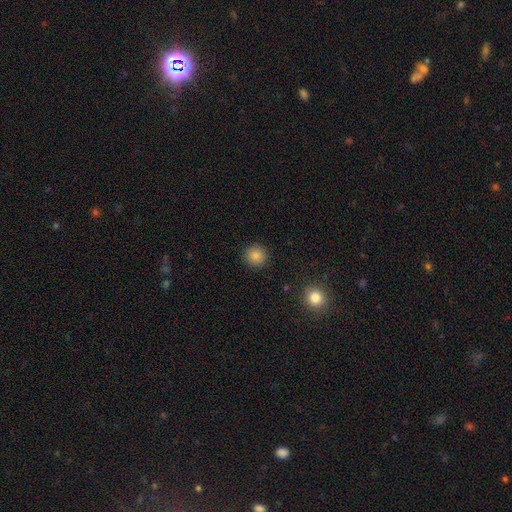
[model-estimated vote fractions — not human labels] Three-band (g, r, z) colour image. It shows a smooth galaxy with no disk features (85%) that is round (94%). Merging: none (91%).